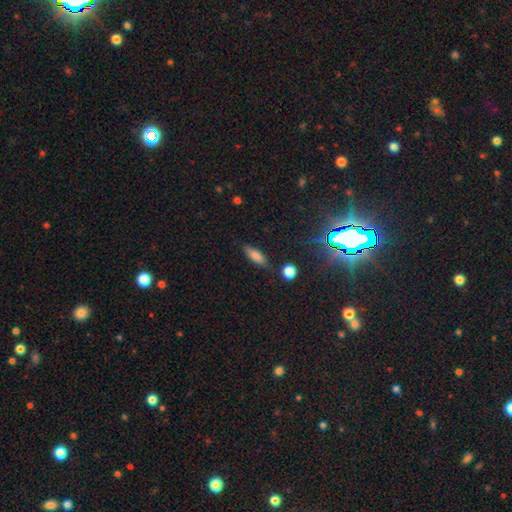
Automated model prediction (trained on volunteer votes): Smooth or featured?
  - smooth: 73% *
  - featured or disk: 16%
  - star or artifact: 11%
How rounded?
  - in between: 55% *
  - cigar-shaped: 41%
  - round: 4%
Merging?
  - none: 77% *
  - minor disturbance: 15%
  - major disturbance: 4%
  - merger: 3%